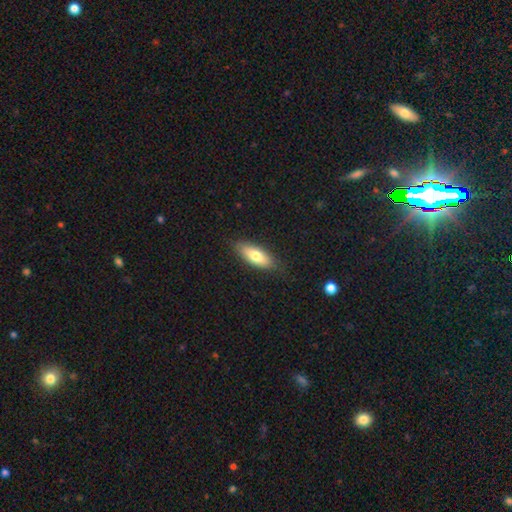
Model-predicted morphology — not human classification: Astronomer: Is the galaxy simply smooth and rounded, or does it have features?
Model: smooth — 73%.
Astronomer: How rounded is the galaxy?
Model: in between — 73%.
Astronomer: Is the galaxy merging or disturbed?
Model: none — 84%.